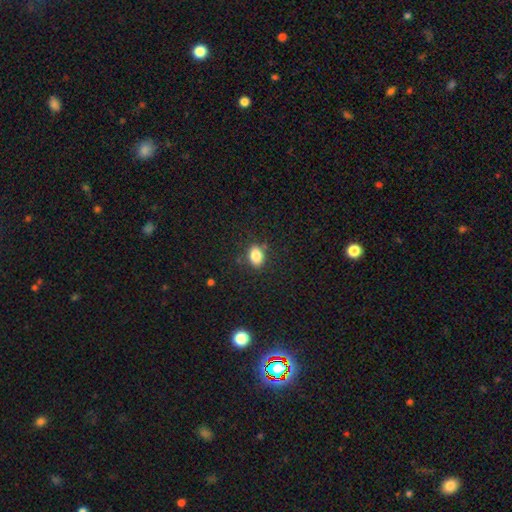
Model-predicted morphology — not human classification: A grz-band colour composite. It shows a smooth galaxy with no disk features (84%) that is in between round and cigar-shaped (75%). Merging: none (80%).